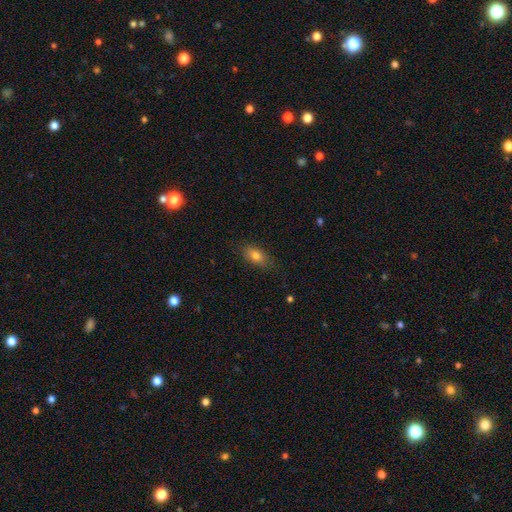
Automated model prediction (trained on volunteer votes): This appears to be a smooth galaxy with no disk features (79%) that is in between round and cigar-shaped (85%). Merging: none (79%).